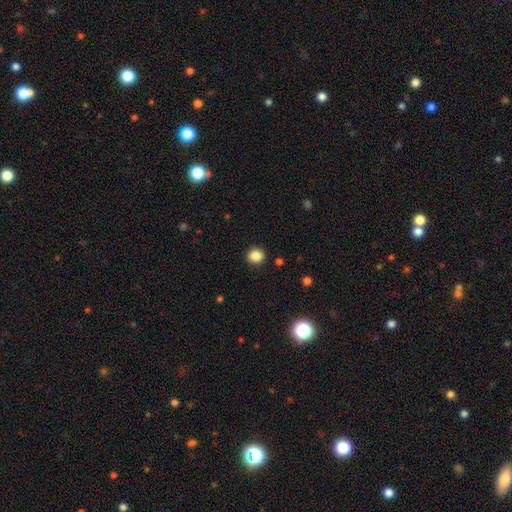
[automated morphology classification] Smooth or featured?
  - smooth: 85% *
  - star or artifact: 10%
  - featured or disk: 4%
How rounded?
  - round: 78% *
  - in between: 21%
  - cigar-shaped: 1%
Merging?
  - none: 91% *
  - minor disturbance: 6%
  - major disturbance: 2%
  - merger: 1%